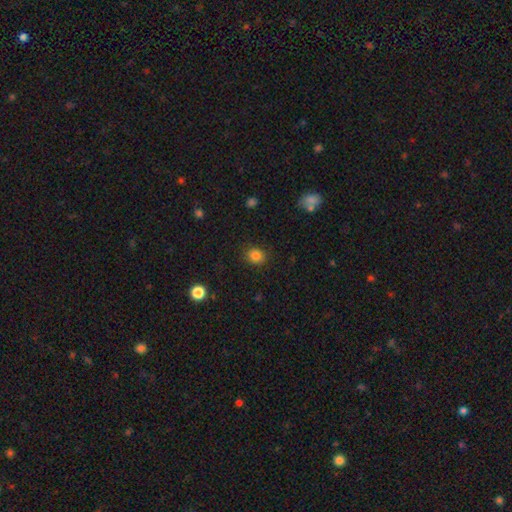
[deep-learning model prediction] Smooth or featured: smooth — 83% (star or artifact — 12%)
How rounded: round — 75% (in between — 24%)
Merging: none — 88% (minor disturbance — 8%)